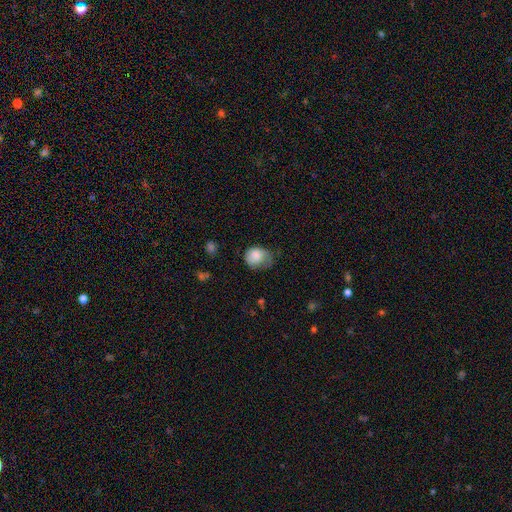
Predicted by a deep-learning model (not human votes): Smooth or featured: smooth — 79% (featured or disk — 14%)
How rounded: round — 57% (in between — 42%)
Merging: minor disturbance — 40% (none — 34%)